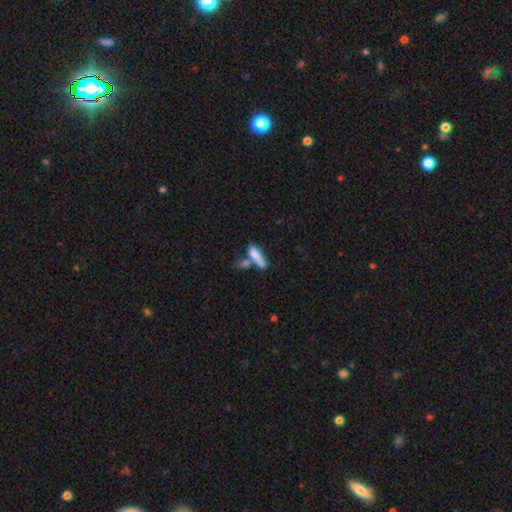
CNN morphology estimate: A smooth galaxy with no disk features (78%) that is cigar-shaped (58%).

Vote fractions:
- Smooth or featured? smooth: 78% / featured or disk: 14% / star or artifact: 8%
- How rounded? cigar-shaped: 58% / in between: 39% / round: 3%
- Merging? merger: 39% / none: 38% / minor disturbance: 15% / major disturbance: 8%